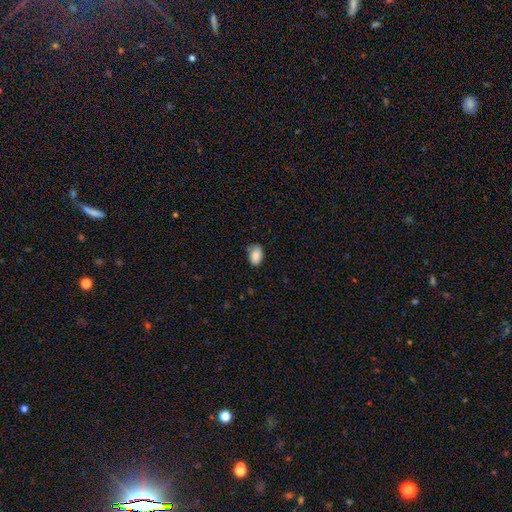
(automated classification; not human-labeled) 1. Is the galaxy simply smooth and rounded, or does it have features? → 86% smooth, 8% star or artifact, 6% featured or disk.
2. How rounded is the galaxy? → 87% in between, 12% round, 1% cigar-shaped.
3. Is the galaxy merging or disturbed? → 68% none, 25% minor disturbance, 4% major disturbance, 3% merger.